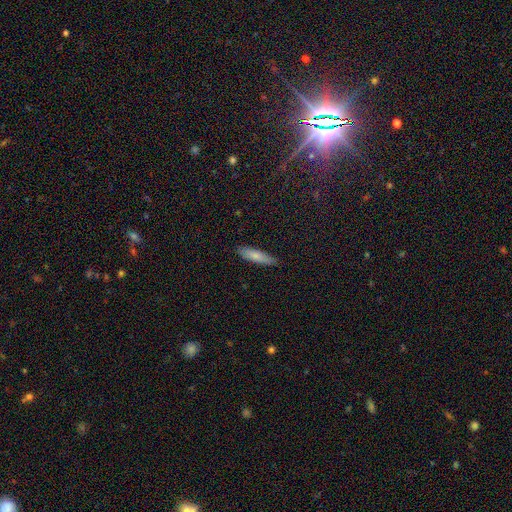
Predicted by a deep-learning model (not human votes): Overall: smooth (78%). How rounded: cigar-shaped (70%). Merging: none (85%).